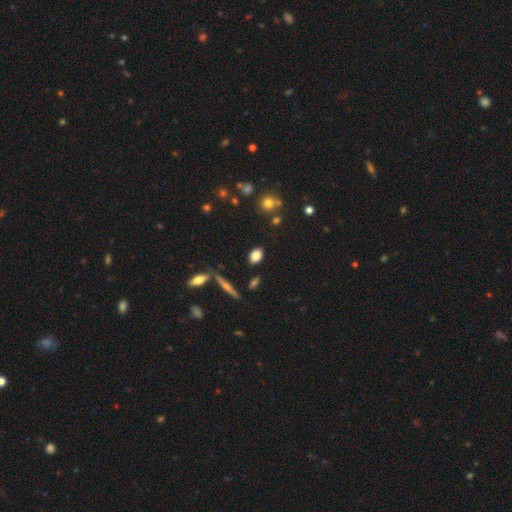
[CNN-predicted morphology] Smooth or featured: smooth — 81% (star or artifact — 10%)
How rounded: in between — 77% (round — 20%)
Merging: none — 84% (minor disturbance — 10%)